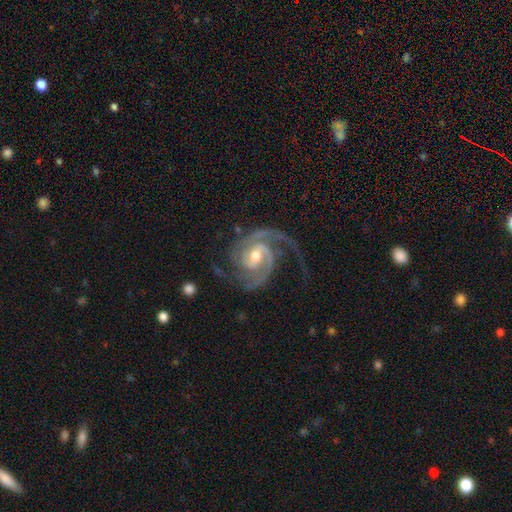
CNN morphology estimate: This appears to be a featured or disk galaxy (94%) with a weak bar (45%), 2 (60%) medium (52%) spiral arms (99%) and a moderate central bulge (69%). Merging: none (62%).